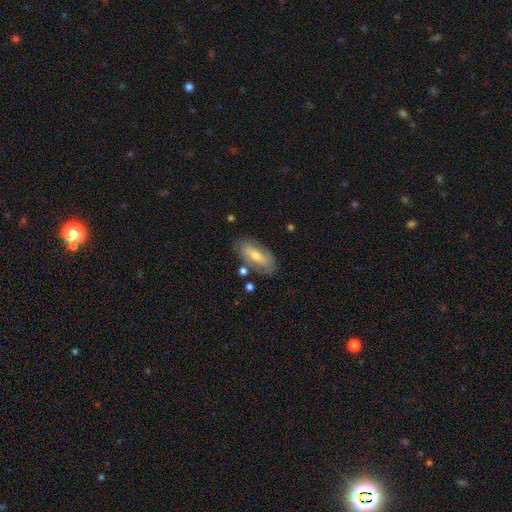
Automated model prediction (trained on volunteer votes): Smooth or featured: smooth — 50% (featured or disk — 43%)
Merging: none — 75% (minor disturbance — 16%)